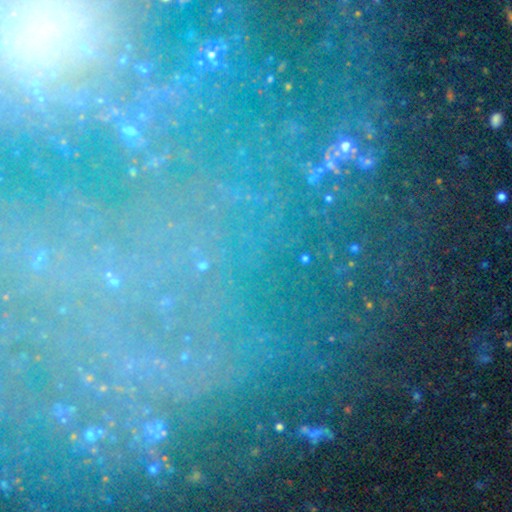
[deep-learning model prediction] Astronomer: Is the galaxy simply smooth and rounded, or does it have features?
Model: star or artifact — 76%.